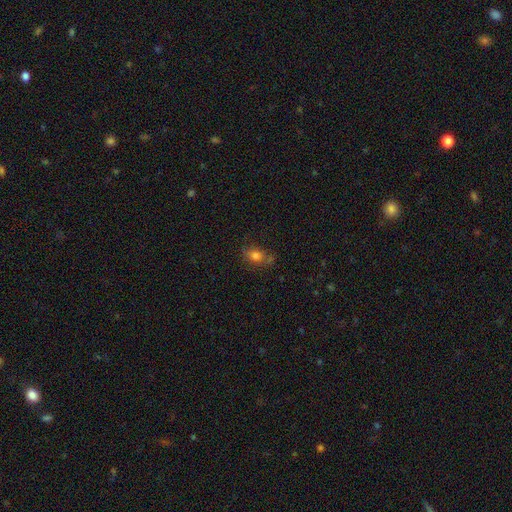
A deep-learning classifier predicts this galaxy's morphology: Overall: smooth (72%). How rounded: in between (67%; round 29%). Merging: none (61%; minor disturbance 24%).